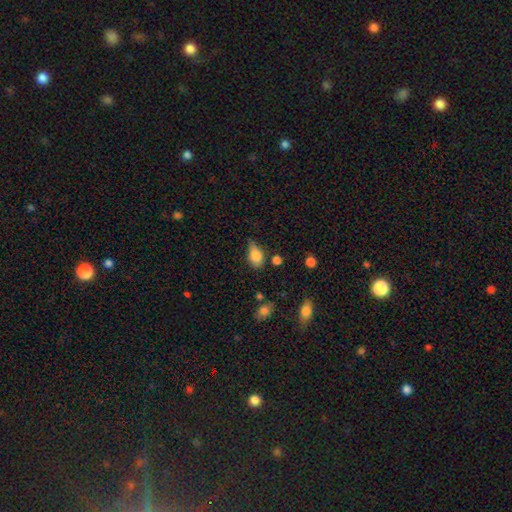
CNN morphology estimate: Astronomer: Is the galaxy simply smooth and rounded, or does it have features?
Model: smooth — 79%.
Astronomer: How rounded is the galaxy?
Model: in between — 83%.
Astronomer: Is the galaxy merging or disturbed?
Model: none — 44% (runner-up: minor disturbance, 41%).